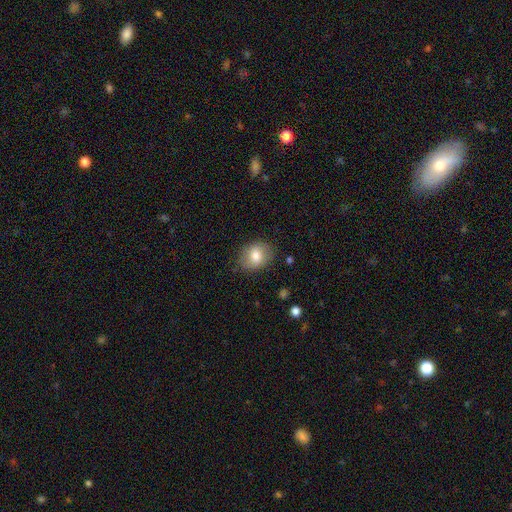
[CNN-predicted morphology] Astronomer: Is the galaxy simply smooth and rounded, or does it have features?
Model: smooth — 76%.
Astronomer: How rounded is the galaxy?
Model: in between — 52% (runner-up: round, 47%).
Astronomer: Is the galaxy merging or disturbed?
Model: none — 79%.